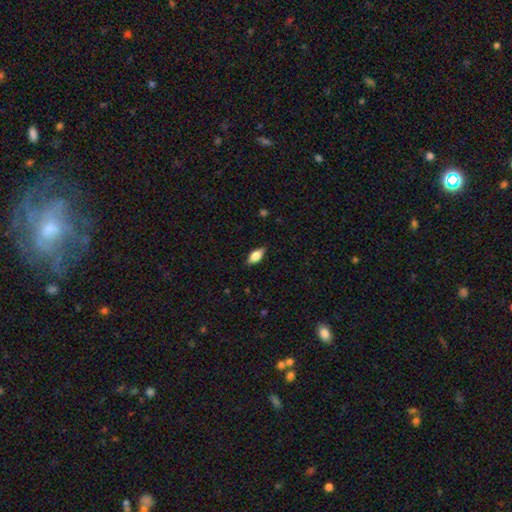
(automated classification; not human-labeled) smooth 70%, featured or disk 23%, star or artifact 7%. Down the decision tree: how rounded — in between (84%); merging — none (85%).